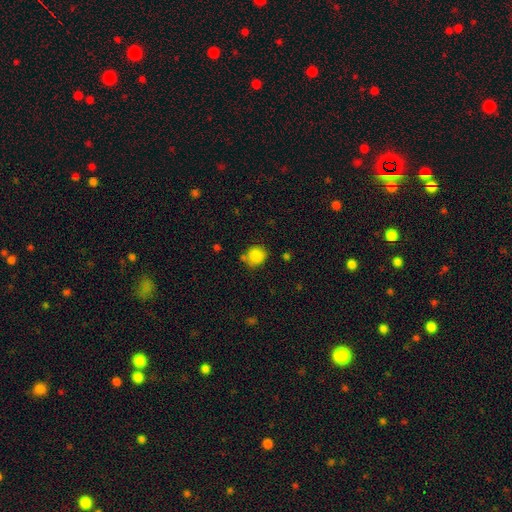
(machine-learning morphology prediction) type=smooth (86%); roundness=round (80%); merging=none (67%).